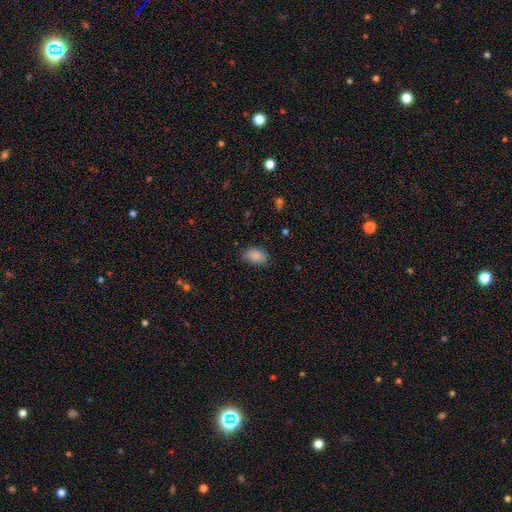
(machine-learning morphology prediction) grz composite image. It shows a smooth galaxy with no disk features (86%) that is in between round and cigar-shaped (88%). Merging: none (69%).